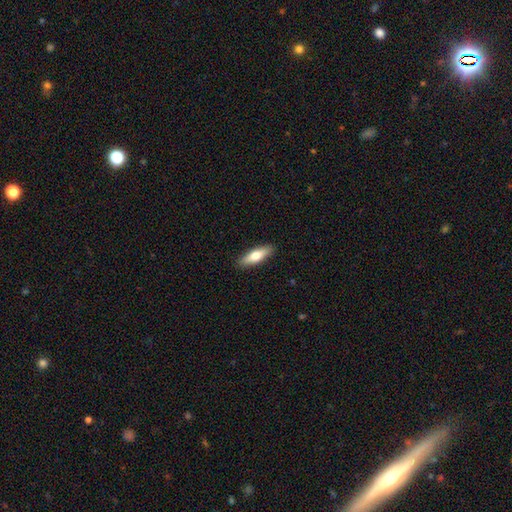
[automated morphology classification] type=smooth (67%); roundness=cigar-shaped (55%); merging=none (90%).